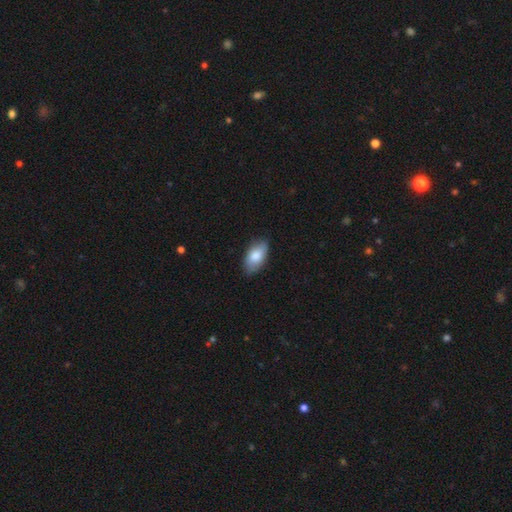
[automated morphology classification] Q: Smooth or featured?
A: smooth (81%); runner-up: featured or disk (13%)
Q: How rounded?
A: in between (93%); runner-up: round (4%)
Q: Merging?
A: none (82%); runner-up: minor disturbance (14%)